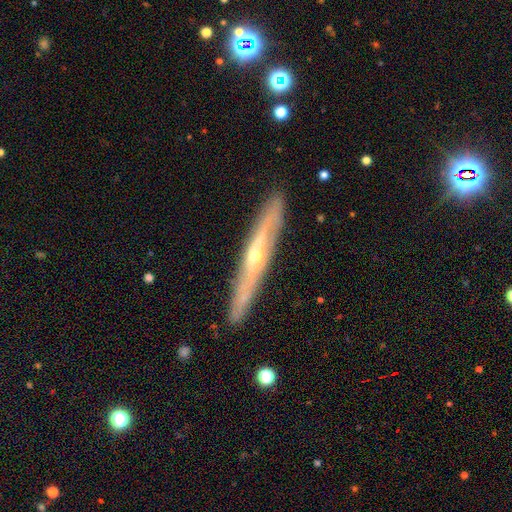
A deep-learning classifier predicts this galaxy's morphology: smooth-or-featured: featured or disk: 75% | smooth: 19% | star or artifact: 6%
  disk-edge-on: yes: 85% | no: 15%
    edge-on-bulge: rounded: 77% | none: 20% | boxy: 3%
  merging: none: 87% | minor disturbance: 10% | major disturbance: 2% | merger: 1%